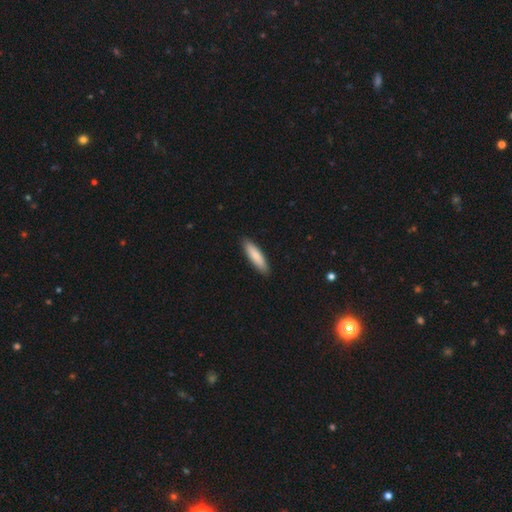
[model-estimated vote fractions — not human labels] Smooth or featured?
  - smooth: 85% *
  - featured or disk: 10%
  - star or artifact: 5%
How rounded?
  - cigar-shaped: 72% *
  - in between: 27%
  - round: 1%
Merging?
  - none: 90% *
  - minor disturbance: 8%
  - major disturbance: 1%
  - merger: 1%